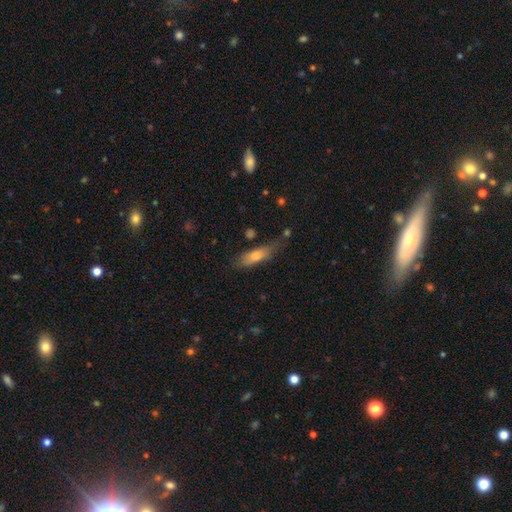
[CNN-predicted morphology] This appears to be a smooth galaxy with no disk features (64%) that is cigar-shaped (59%). Merging: none (62%).